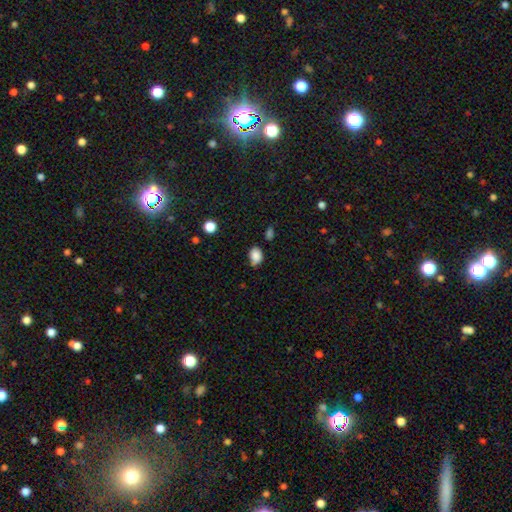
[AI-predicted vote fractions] This appears to be a smooth galaxy with no disk features (84%) that is in between round and cigar-shaped (68%). Merging: none (56%).